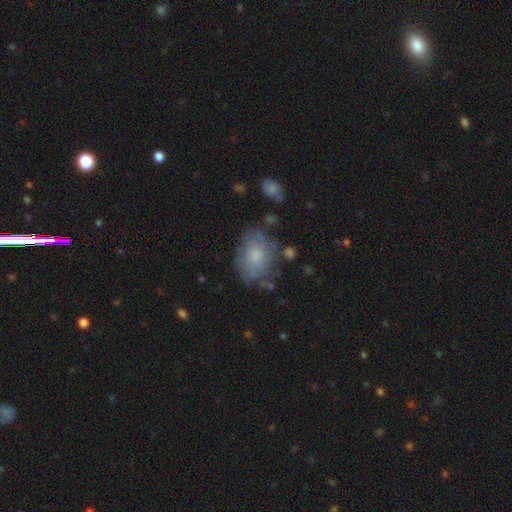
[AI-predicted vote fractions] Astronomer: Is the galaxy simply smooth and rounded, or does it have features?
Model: smooth — 62%.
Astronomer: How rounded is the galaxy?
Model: in between — 74%.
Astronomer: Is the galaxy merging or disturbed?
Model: none — 59%.